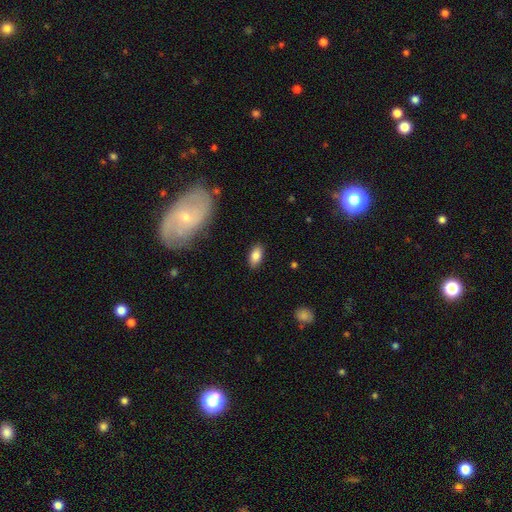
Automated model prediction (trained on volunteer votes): The model was most divided on "smooth or featured": smooth: 82%, featured or disk: 10%, star or artifact: 8%. More confident: how rounded — in between (91%); merging — none (87%).